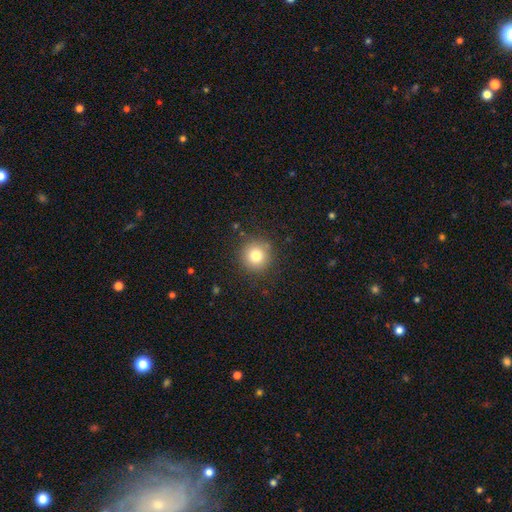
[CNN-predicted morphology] A smooth galaxy with no disk features (80%) that is round (94%). Merging: none (87%).